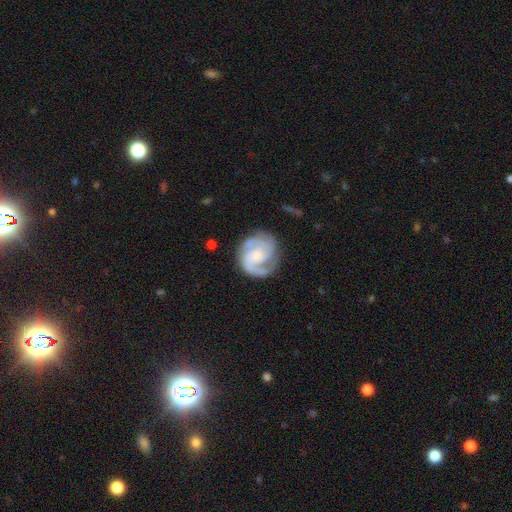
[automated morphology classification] The model was most divided on "bulge size": small: 35%, none: 26%, moderate: 26%, large: 11%, dominant: 2%. Remaining: edge-on disk — no (98%); spiral arms — yes (97%); smooth or featured — featured or disk (84%); merging — none (71%); bar — no (61%); spiral arm count — 2 (58%); spiral winding — tight (49%).